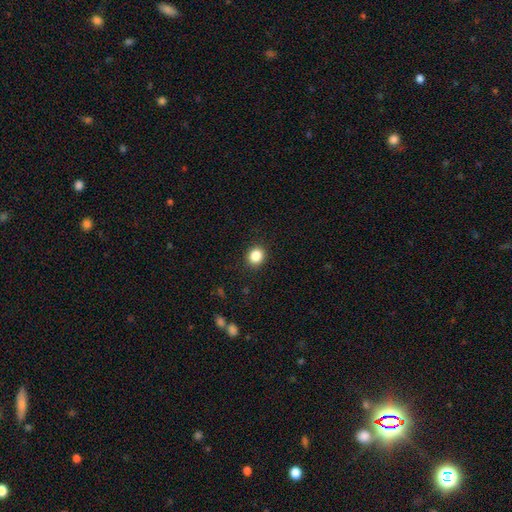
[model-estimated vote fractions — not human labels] A smooth galaxy with no disk features (86%) that is round (77%).

Vote fractions:
- Smooth or featured? smooth: 86% / star or artifact: 10% / featured or disk: 4%
- How rounded? round: 77% / in between: 22% / cigar-shaped: 1%
- Merging? none: 90% / minor disturbance: 7% / major disturbance: 2% / merger: 1%